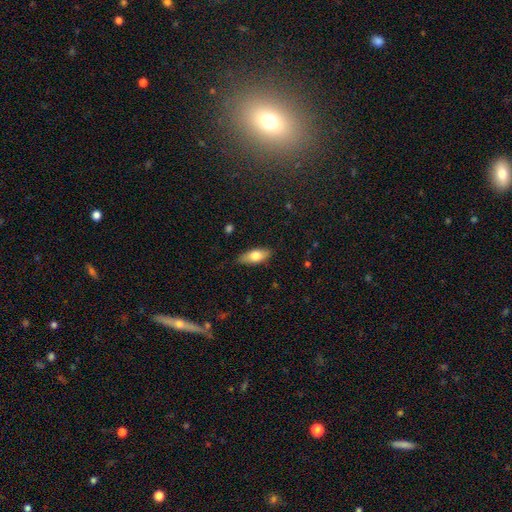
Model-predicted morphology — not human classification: smooth 73%, featured or disk 21%, star or artifact 6%. Down the decision tree: how rounded — in between (80%); merging — none (82%).